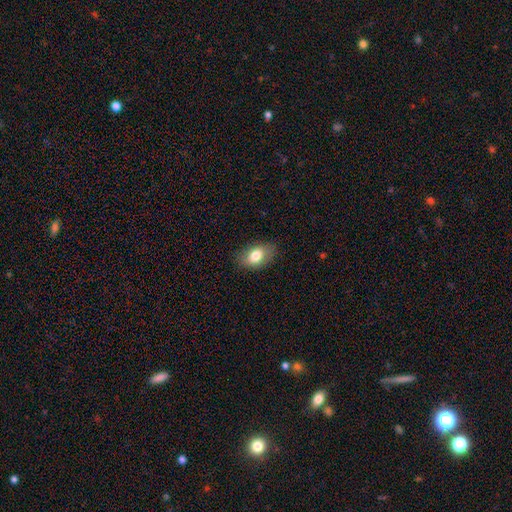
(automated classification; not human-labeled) This appears to be a smooth galaxy with no disk features (78%) that is in between round and cigar-shaped (88%). Merging: none (81%).